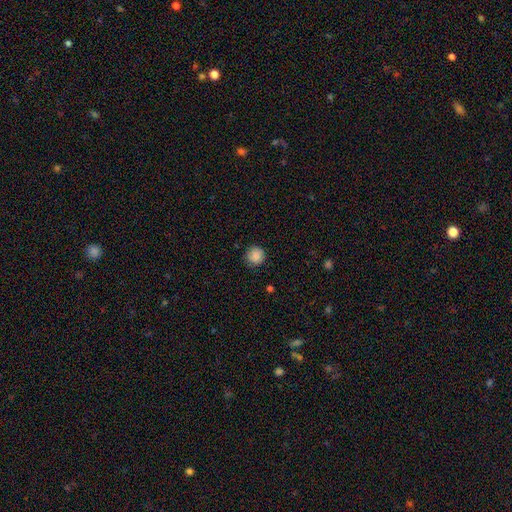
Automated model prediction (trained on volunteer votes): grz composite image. It shows a smooth galaxy with no disk features (88%) that is round (94%). Merging: none (87%).